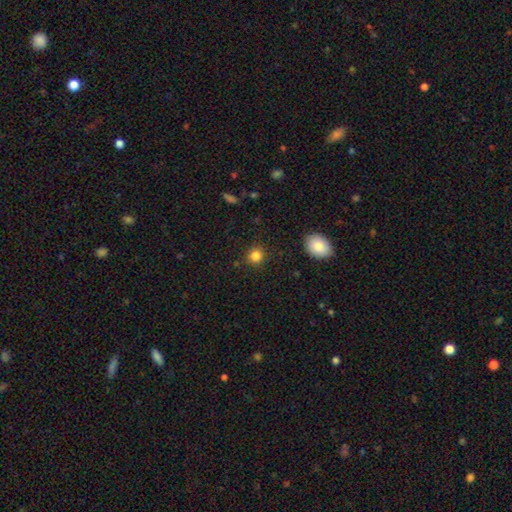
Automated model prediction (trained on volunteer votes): smooth-or-featured: smooth: 84% | star or artifact: 12% | featured or disk: 5%
  how-rounded: round: 87% | in between: 12% | cigar-shaped: 1%
  merging: none: 89% | minor disturbance: 7% | major disturbance: 2% | merger: 2%